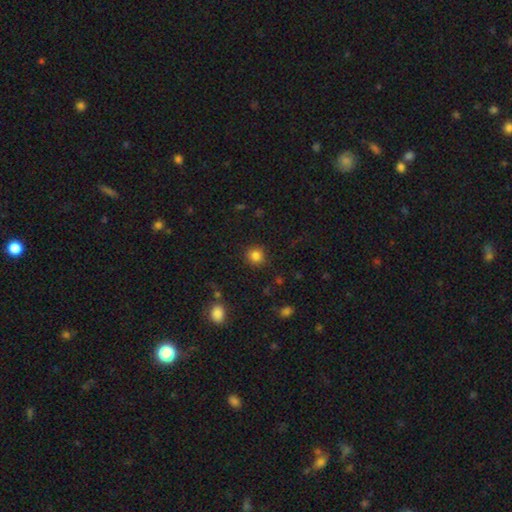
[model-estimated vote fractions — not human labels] This is clearly a smooth galaxy (83%). How rounded: clearly round (91%). Merging: clearly none (89%).